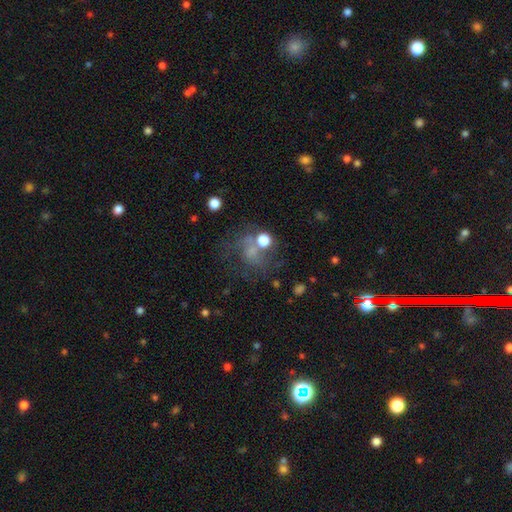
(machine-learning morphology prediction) Smooth or featured? featured or disk (37%)
Merging? none (47%)